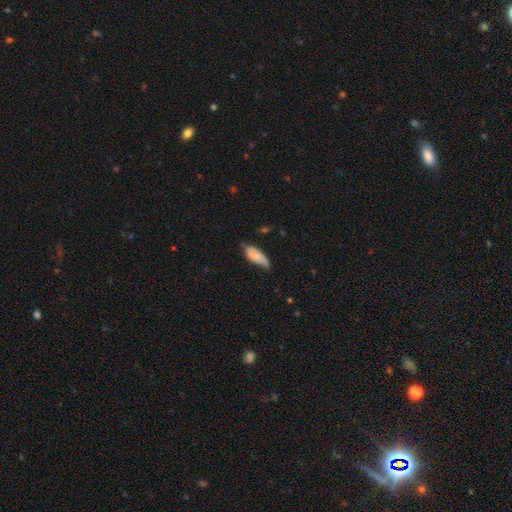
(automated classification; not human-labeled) This appears to be a smooth galaxy with no disk features (67%) that is in between round and cigar-shaped (79%). Merging: none (56%).